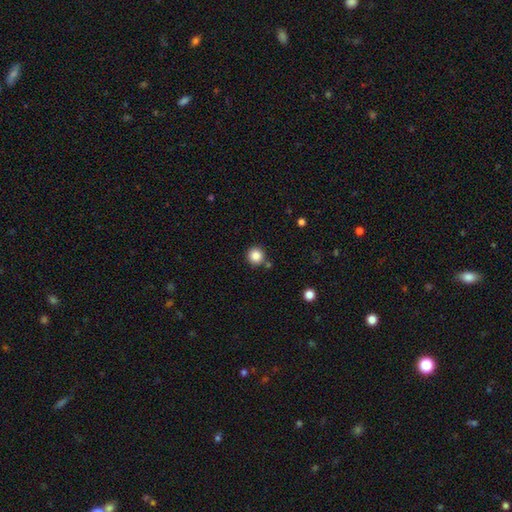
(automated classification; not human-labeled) Smooth or featured: smooth — 85% (star or artifact — 10%)
How rounded: round — 95% (in between — 4%)
Merging: none — 86% (minor disturbance — 7%)